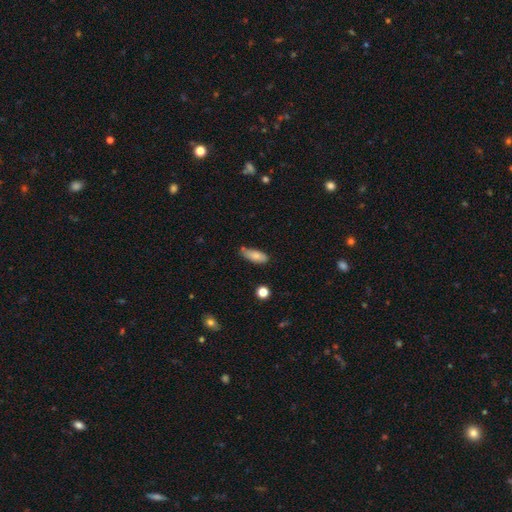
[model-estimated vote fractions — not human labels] smooth-or-featured: smooth: 80% | featured or disk: 13% | star or artifact: 7%
  how-rounded: in between: 76% | cigar-shaped: 21% | round: 2%
  merging: none: 61% | minor disturbance: 29% | major disturbance: 5% | merger: 5%